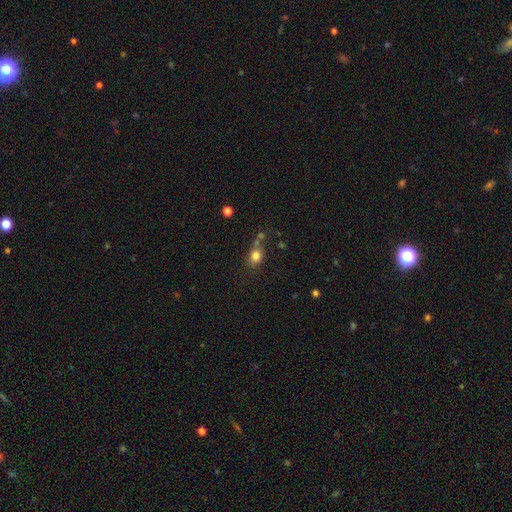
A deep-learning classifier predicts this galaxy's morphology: This appears to be a smooth galaxy with no disk features (80%) that is round (59%). Merging: none (55%).